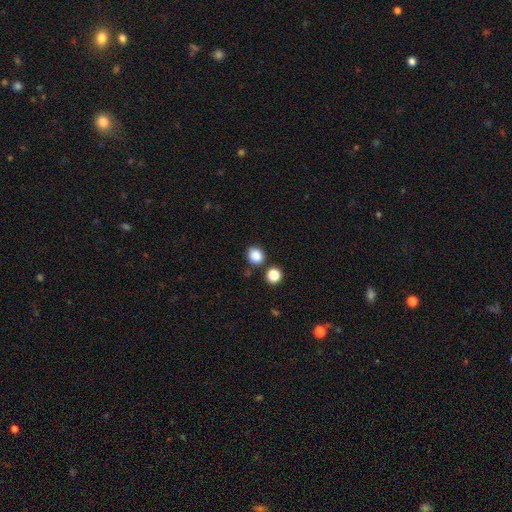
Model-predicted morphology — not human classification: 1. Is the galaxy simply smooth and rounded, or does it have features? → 85% smooth, 11% star or artifact, 4% featured or disk.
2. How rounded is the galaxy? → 80% round, 19% in between, 1% cigar-shaped.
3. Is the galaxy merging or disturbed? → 80% none, 10% minor disturbance, 8% merger, 3% major disturbance.